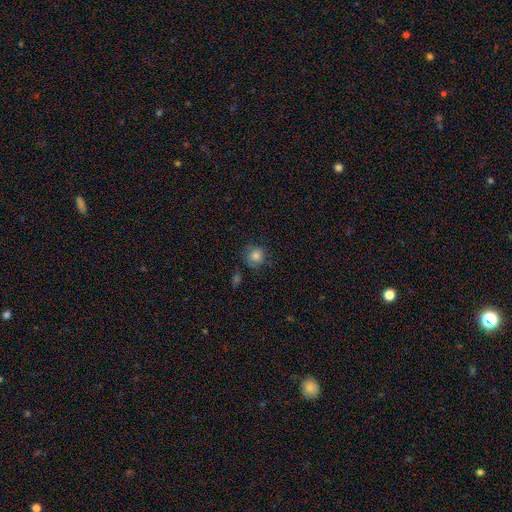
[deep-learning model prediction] Overall: smooth (80%). How rounded: round (87%). Merging: none (74%).